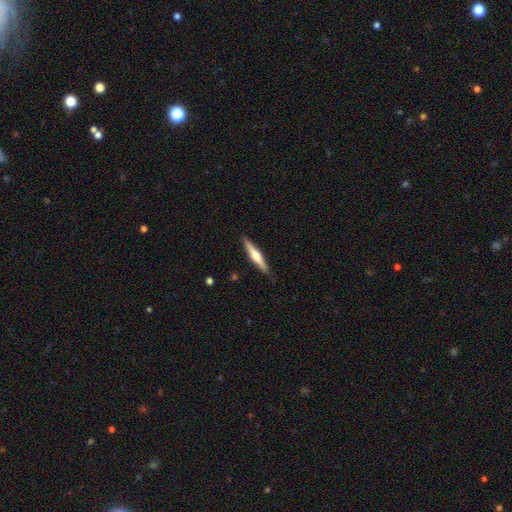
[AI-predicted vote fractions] featured or disk 61%, smooth 34%, star or artifact 5%. Down the decision tree: edge-on disk — yes (97%); edge-on bulge — rounded (89%); merging — none (90%).